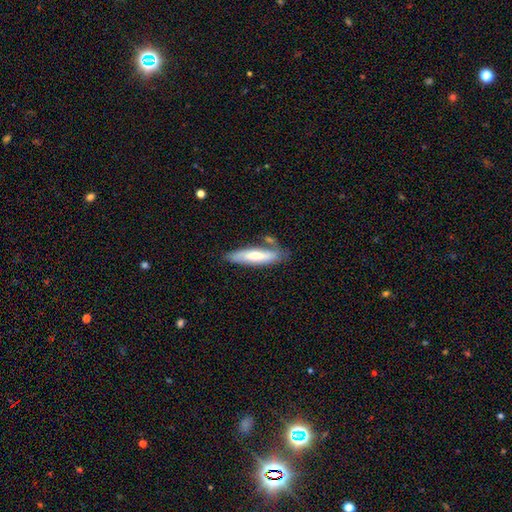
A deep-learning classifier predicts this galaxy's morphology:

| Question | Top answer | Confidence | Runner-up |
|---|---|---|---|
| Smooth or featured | smooth | 61% | featured or disk (34%) |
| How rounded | cigar-shaped | 68% | in between (31%) |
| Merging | none | 66% | minor disturbance (19%) |